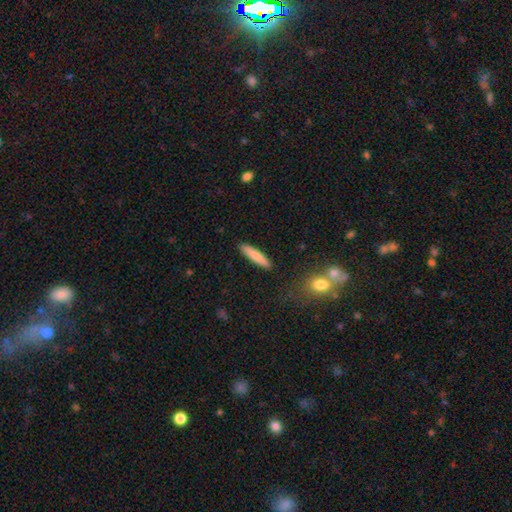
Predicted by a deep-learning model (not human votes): This is clearly a smooth galaxy (81%). How rounded: clearly cigar-shaped (86%). Merging: clearly none (90%).